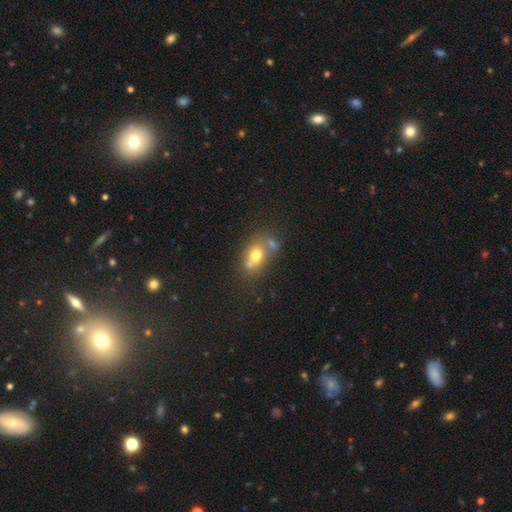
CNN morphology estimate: Smooth or featured? Predicted: smooth (p=0.66). How rounded? Predicted: in between (p=0.57). Merging? Predicted: merger (p=0.42).